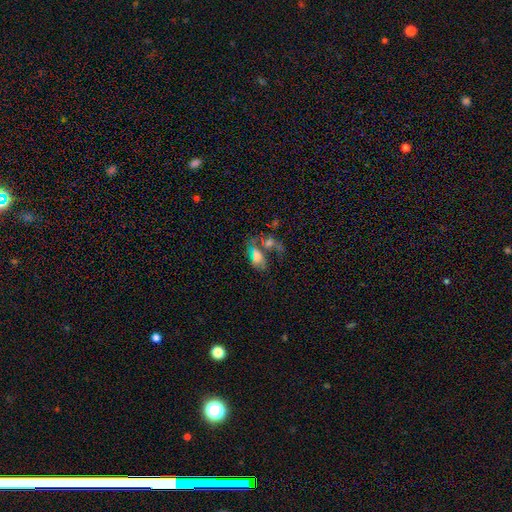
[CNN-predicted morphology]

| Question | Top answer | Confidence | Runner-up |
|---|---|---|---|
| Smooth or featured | smooth | 52% | featured or disk (35%) |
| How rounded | in between | 86% | round (10%) |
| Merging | merger | 47% | major disturbance (24%) |